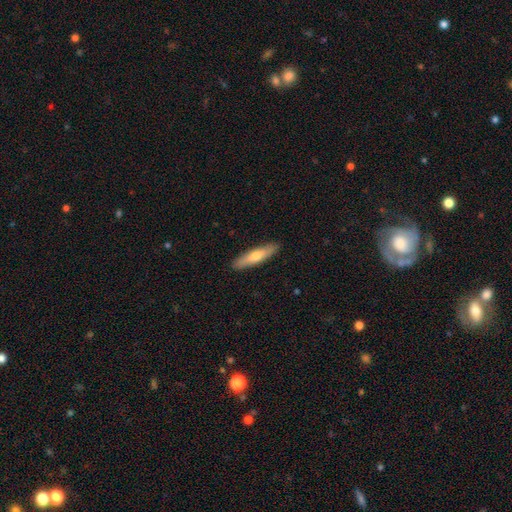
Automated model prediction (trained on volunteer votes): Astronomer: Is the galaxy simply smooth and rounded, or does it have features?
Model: smooth — 58% (runner-up: featured or disk, 37%).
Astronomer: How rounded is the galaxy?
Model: cigar-shaped — 82%.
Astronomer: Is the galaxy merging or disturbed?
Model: none — 90%.